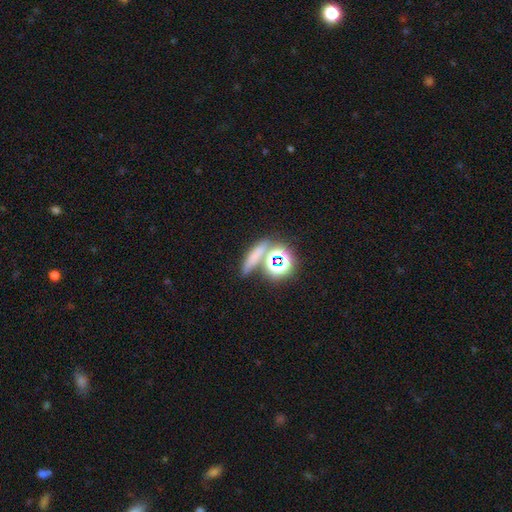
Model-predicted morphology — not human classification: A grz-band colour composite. It shows a smooth galaxy with no disk features (56%) that is cigar-shaped (50%). Merging: none (69%).